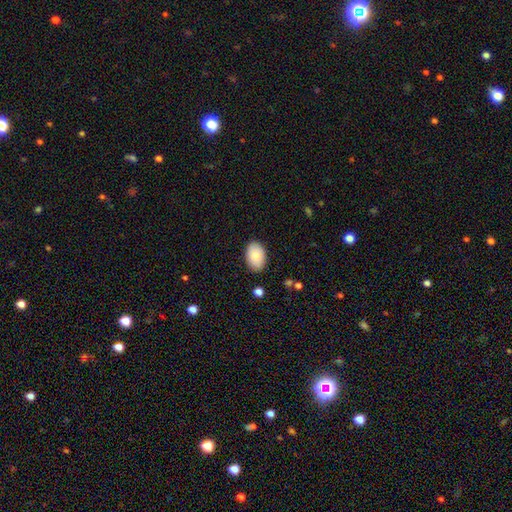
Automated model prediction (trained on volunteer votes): Morphology: type=smooth (82%); roundness=in between (90%); merging=none (86%).